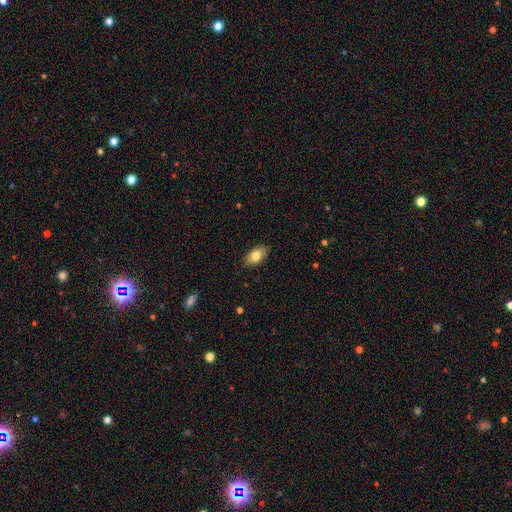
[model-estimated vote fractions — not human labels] This appears to be a smooth galaxy with no disk features (79%) that is in between round and cigar-shaped (89%). Merging: none (85%).